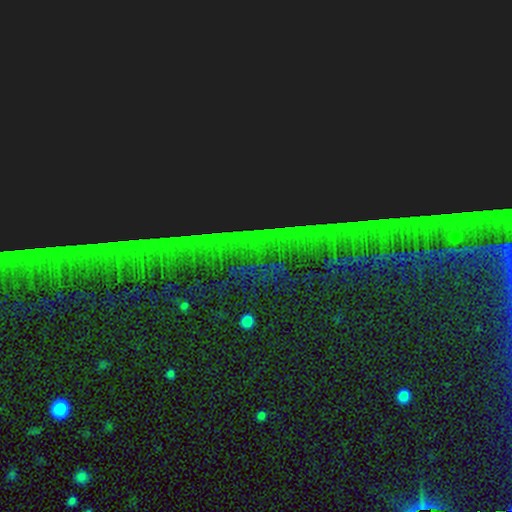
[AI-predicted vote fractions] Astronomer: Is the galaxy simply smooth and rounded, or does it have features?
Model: star or artifact — 87%.